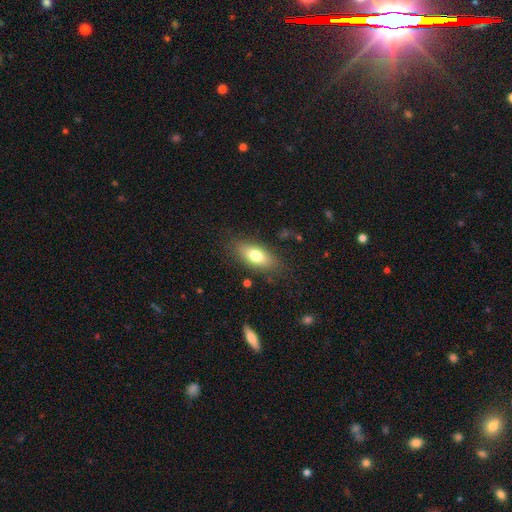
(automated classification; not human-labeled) Smooth or featured? smooth (74%)
How rounded? in between (81%)
Merging? none (82%)